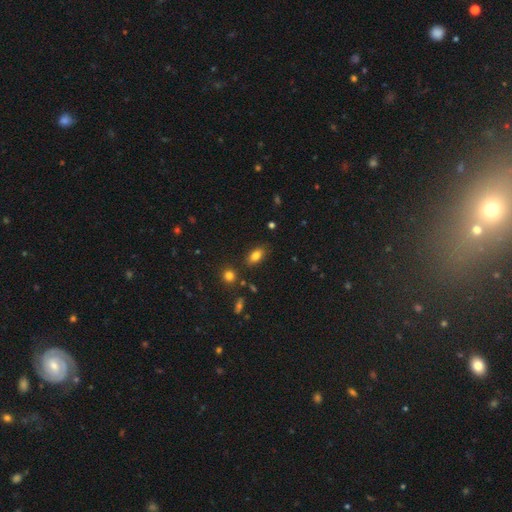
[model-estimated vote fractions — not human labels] Smooth or featured? smooth (82%)
How rounded? in between (89%)
Merging? none (84%)